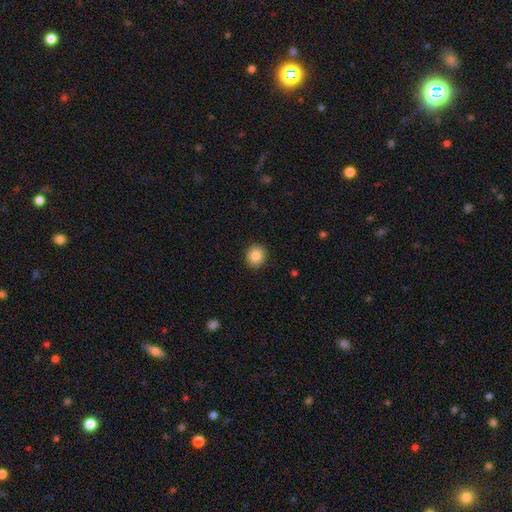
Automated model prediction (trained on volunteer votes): Smooth or featured? smooth (87%)
How rounded? round (86%)
Merging? none (91%)